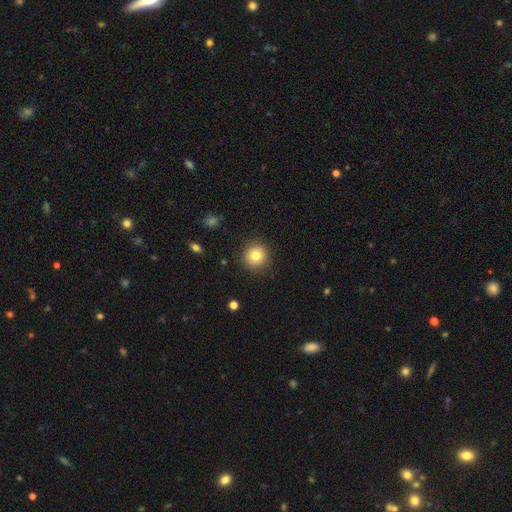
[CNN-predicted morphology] Smooth or featured? Predicted: smooth (p=0.82). How rounded? Predicted: round (p=0.93). Merging? Predicted: none (p=0.90).